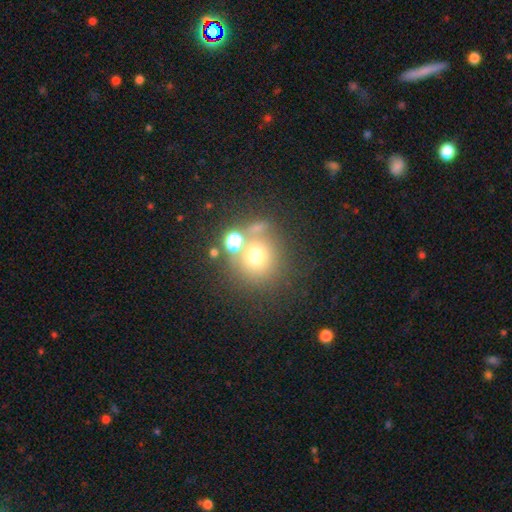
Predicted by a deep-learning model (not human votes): A smooth galaxy with no disk features (65%) that is round (88%).

Vote fractions:
- Smooth or featured? smooth: 65% / star or artifact: 20% / featured or disk: 15%
- How rounded? round: 88% / in between: 11% / cigar-shaped: 1%
- Merging? none: 59% / merger: 22% / minor disturbance: 11% / major disturbance: 8%